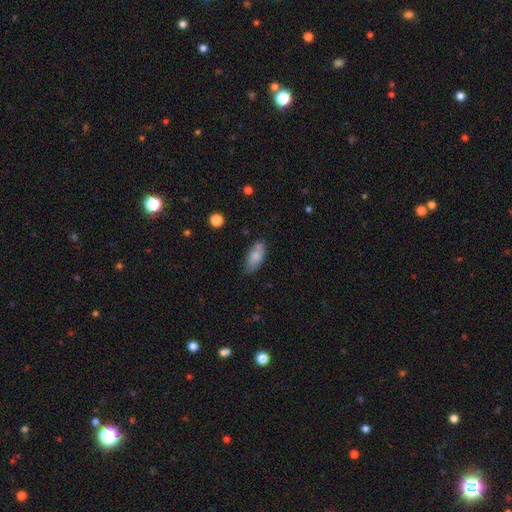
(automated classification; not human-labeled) This is likely a smooth galaxy (78%). How rounded: clearly in between (87%). Merging: possibly none (60%).